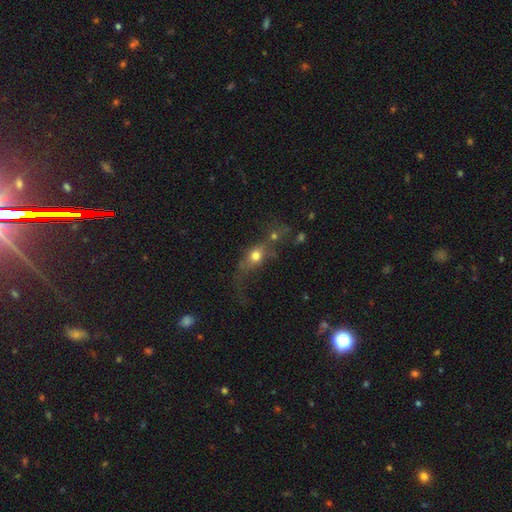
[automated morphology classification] A smooth galaxy with no disk features (53%) that is in between round and cigar-shaped (45%).

Vote fractions:
- Smooth or featured? smooth: 53% / featured or disk: 32% / star or artifact: 15%
- How rounded? in between: 45% / round: 37% / cigar-shaped: 18%
- Merging? none: 34% / major disturbance: 31% / merger: 18% / minor disturbance: 17%